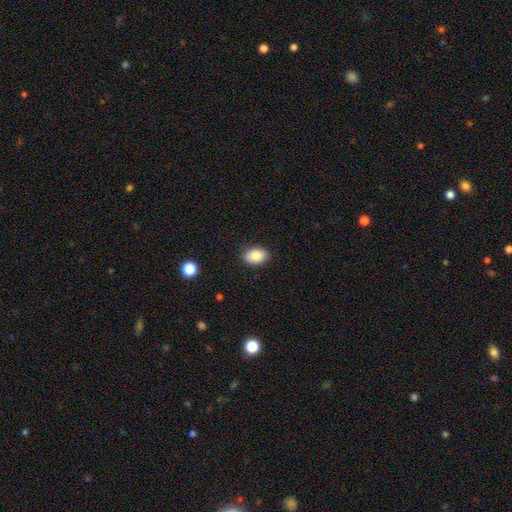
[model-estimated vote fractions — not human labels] smooth-or-featured: smooth: 85% | star or artifact: 8% | featured or disk: 7%
  how-rounded: in between: 83% | round: 16% | cigar-shaped: 1%
  merging: none: 89% | minor disturbance: 8% | major disturbance: 2% | merger: 1%